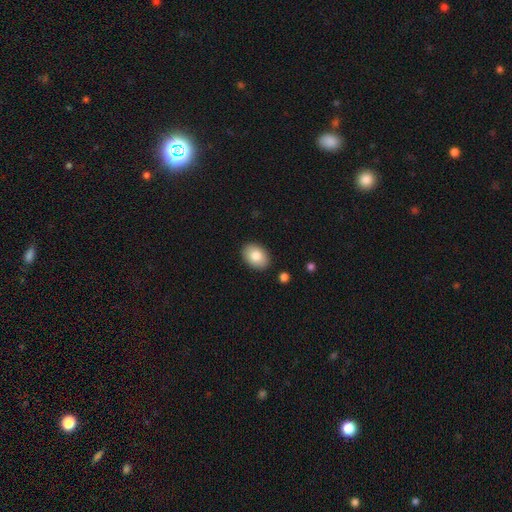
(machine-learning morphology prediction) Q: Smooth or featured?
A: smooth (82%); runner-up: featured or disk (10%)
Q: How rounded?
A: in between (81%); runner-up: round (18%)
Q: Merging?
A: none (89%); runner-up: minor disturbance (8%)